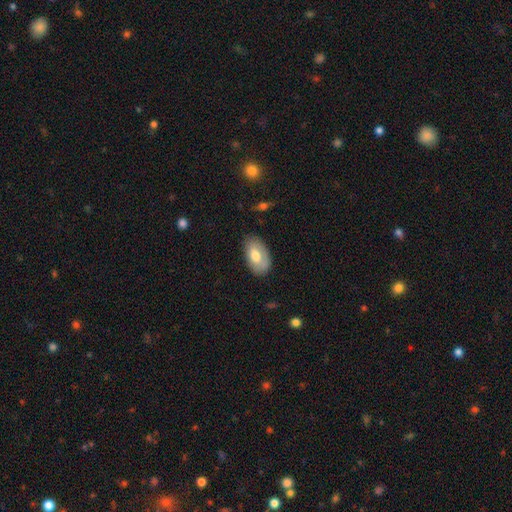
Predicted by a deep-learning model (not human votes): smooth 69%, featured or disk 25%, star or artifact 6%. Down the decision tree: how rounded — in between (93%); merging — none (75%).